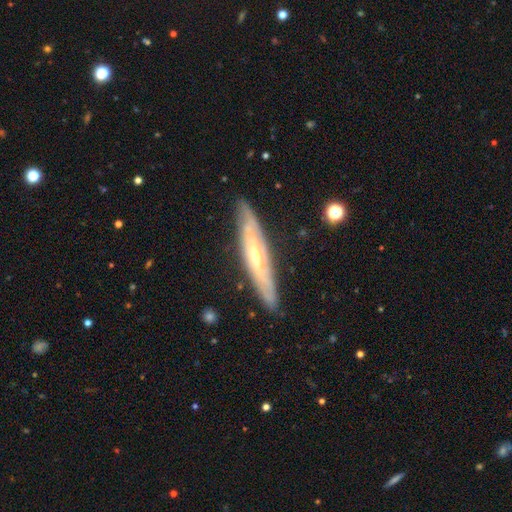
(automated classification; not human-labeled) smooth_or_featured: featured or disk (p=0.75) [alt: smooth p=0.19]
disk_edge_on: yes (p=0.63) [alt: no p=0.37]
merging: none (p=0.82) [alt: minor disturbance p=0.13]